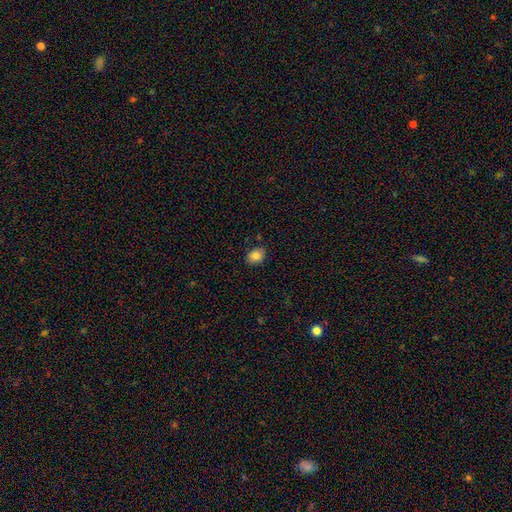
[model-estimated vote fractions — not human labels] Smooth or featured? smooth (84%)
How rounded? in between (61%)
Merging? none (84%)